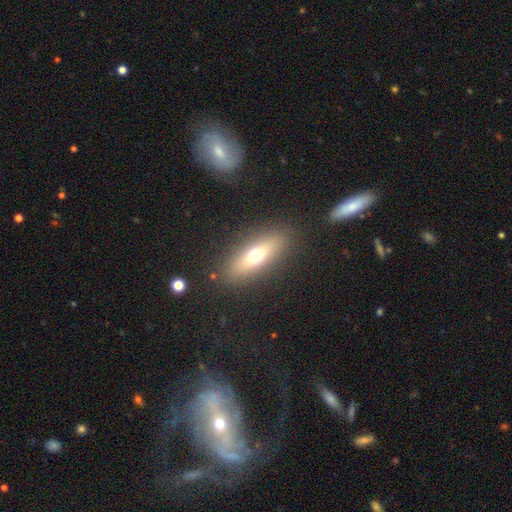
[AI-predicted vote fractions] smooth-or-featured: smooth: 57% | featured or disk: 33% | star or artifact: 10%
  how-rounded: in between: 56% | cigar-shaped: 39% | round: 6%
  merging: none: 87% | minor disturbance: 8% | major disturbance: 3% | merger: 1%